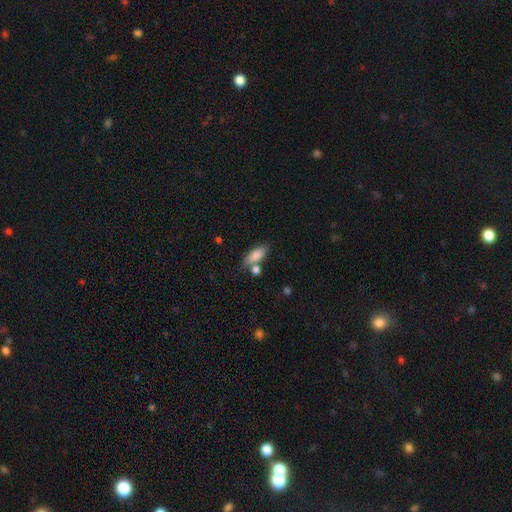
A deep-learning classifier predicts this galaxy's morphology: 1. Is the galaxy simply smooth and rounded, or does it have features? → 82% smooth, 10% featured or disk, 7% star or artifact.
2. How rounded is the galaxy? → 76% in between, 21% cigar-shaped, 4% round.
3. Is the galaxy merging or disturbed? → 60% none, 19% merger, 16% minor disturbance, 5% major disturbance.